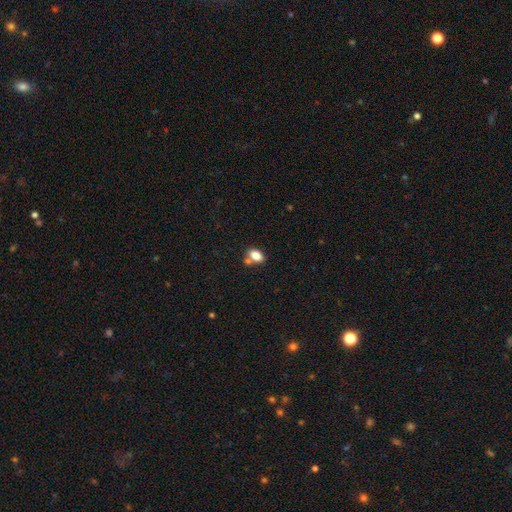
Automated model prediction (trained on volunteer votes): A smooth galaxy with no disk features (82%) that is in between round and cigar-shaped (85%).

Vote fractions:
- Smooth or featured? smooth: 82% / star or artifact: 9% / featured or disk: 8%
- How rounded? in between: 85% / round: 13% / cigar-shaped: 2%
- Merging? none: 58% / merger: 25% / minor disturbance: 13% / major disturbance: 4%